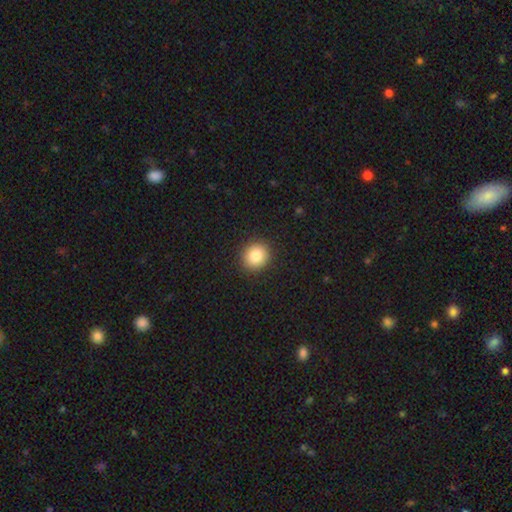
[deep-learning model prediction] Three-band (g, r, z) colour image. It shows a smooth galaxy with no disk features (84%) that is round (85%). Merging: none (91%).